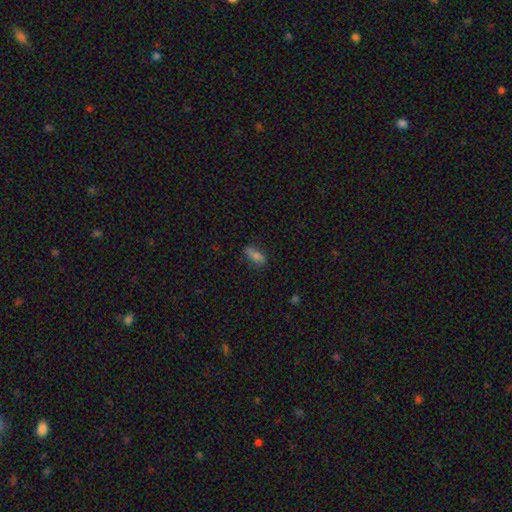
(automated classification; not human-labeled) Smooth or featured? smooth (65%)
How rounded? in between (78%)
Merging? none (67%)